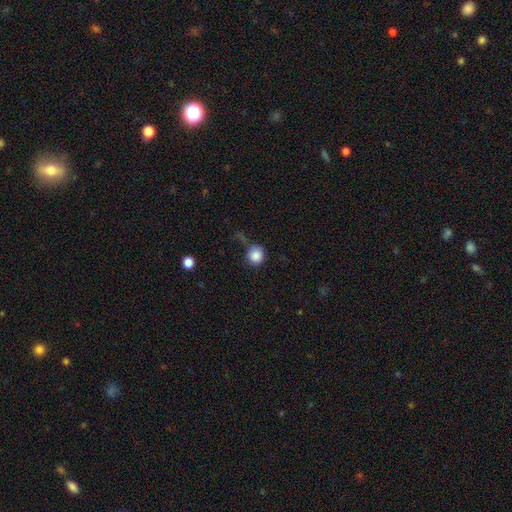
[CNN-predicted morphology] smooth 85%, star or artifact 9%, featured or disk 6%. Down the decision tree: how rounded — round (91%); merging — none (58%).